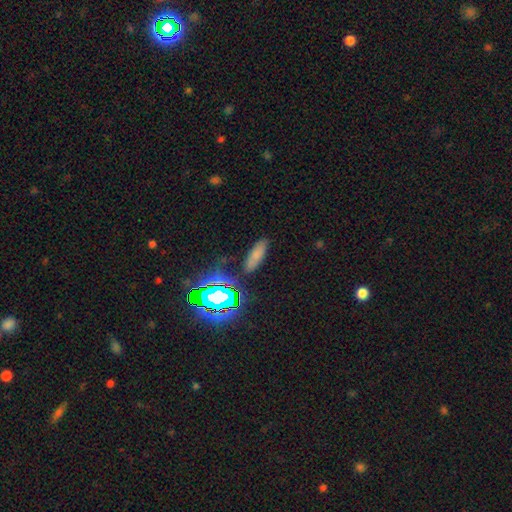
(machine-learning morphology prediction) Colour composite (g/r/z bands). It shows a smooth galaxy with no disk features (69%) that is in between round and cigar-shaped (55%). Merging: none (83%).